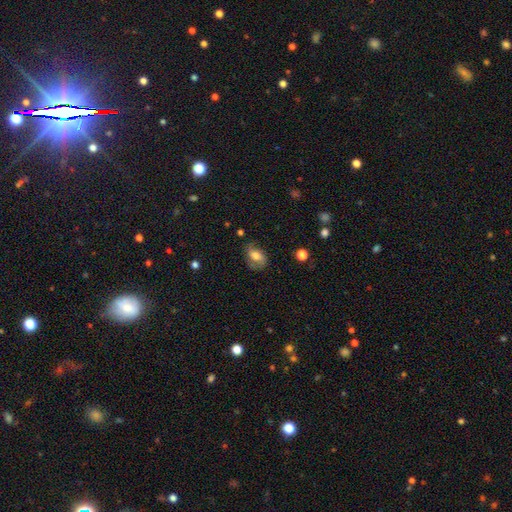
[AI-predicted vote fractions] smooth-or-featured: smooth: 47% | featured or disk: 44% | star or artifact: 9%
  merging: none: 62% | minor disturbance: 25% | major disturbance: 12% | merger: 2%